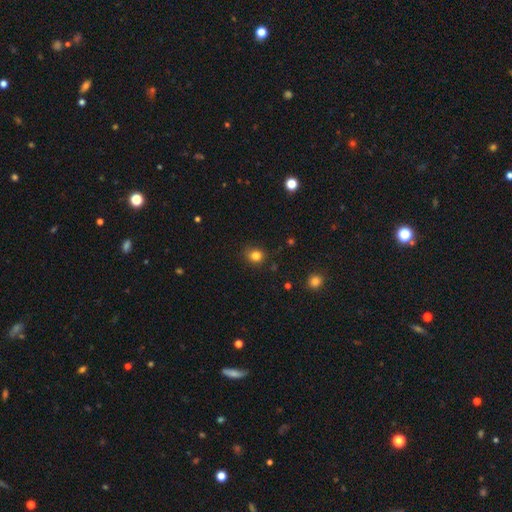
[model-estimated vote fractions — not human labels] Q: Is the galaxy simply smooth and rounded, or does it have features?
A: smooth — 83%.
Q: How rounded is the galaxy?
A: round — 73%.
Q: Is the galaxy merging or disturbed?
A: none — 84%.